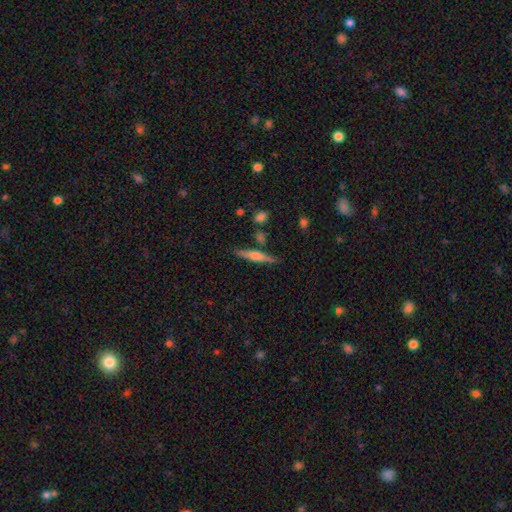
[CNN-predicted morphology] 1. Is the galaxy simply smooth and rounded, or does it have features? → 48% smooth, 45% featured or disk, 6% star or artifact.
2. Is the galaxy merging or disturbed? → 82% none, 11% minor disturbance, 5% merger, 3% major disturbance.